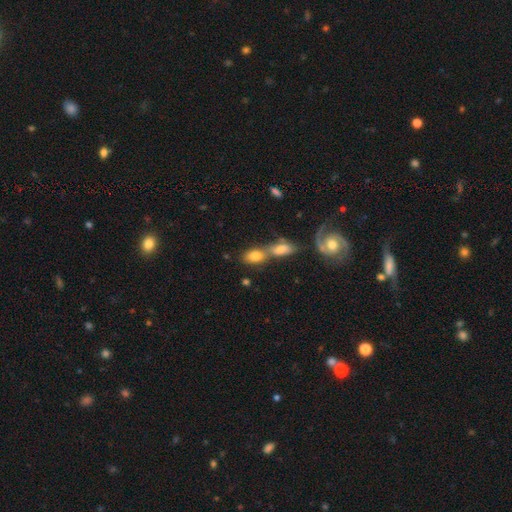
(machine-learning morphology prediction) smooth-or-featured: smooth: 58% | featured or disk: 32% | star or artifact: 10%
  how-rounded: in between: 80% | round: 13% | cigar-shaped: 7%
  merging: merger: 56% | none: 30% | minor disturbance: 9% | major disturbance: 5%